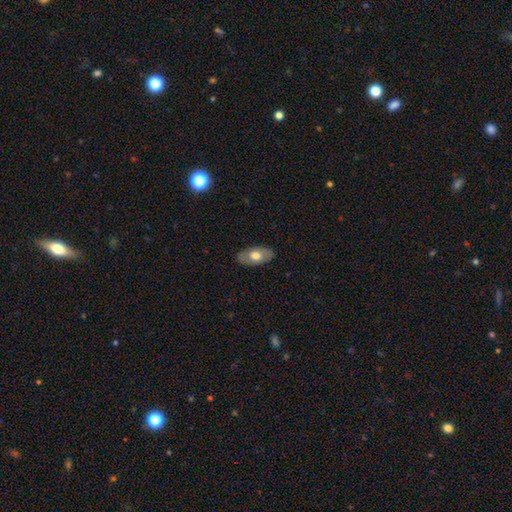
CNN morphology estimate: Smooth or featured?
  - smooth: 61% *
  - featured or disk: 33%
  - star or artifact: 6%
How rounded?
  - in between: 93% *
  - round: 4%
  - cigar-shaped: 3%
Merging?
  - none: 85% *
  - minor disturbance: 11%
  - major disturbance: 2%
  - merger: 1%